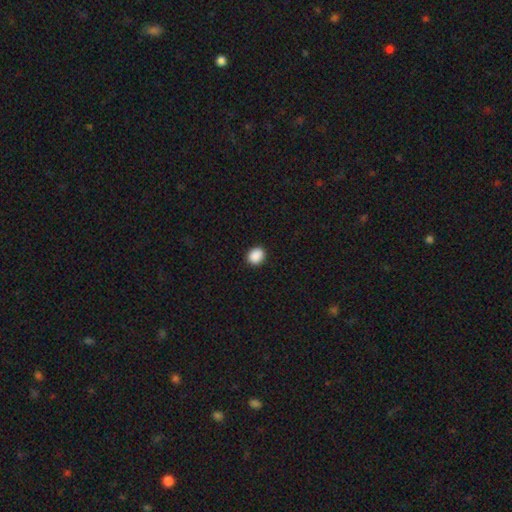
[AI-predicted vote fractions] Smooth or featured: smooth — 90% (star or artifact — 8%)
How rounded: round — 65% (in between — 34%)
Merging: none — 91% (minor disturbance — 6%)